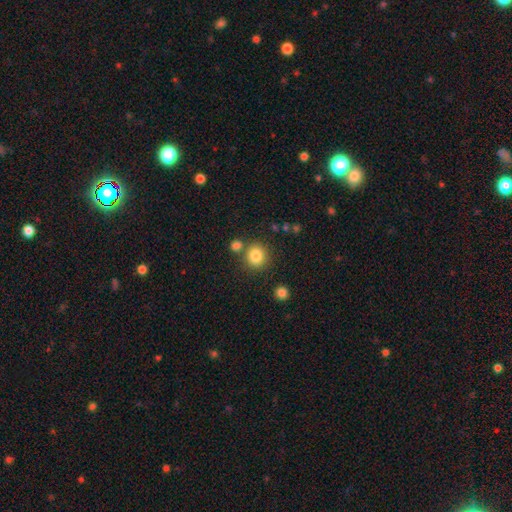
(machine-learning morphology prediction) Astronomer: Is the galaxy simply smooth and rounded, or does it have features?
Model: smooth — 83%.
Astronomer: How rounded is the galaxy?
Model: round — 87%.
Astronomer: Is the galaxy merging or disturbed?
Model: none — 75%.